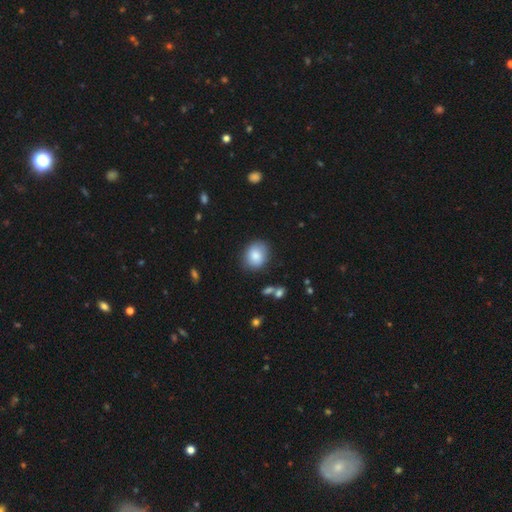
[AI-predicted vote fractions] A smooth galaxy with no disk features (83%) that is round (61%). Merging: none (81%).